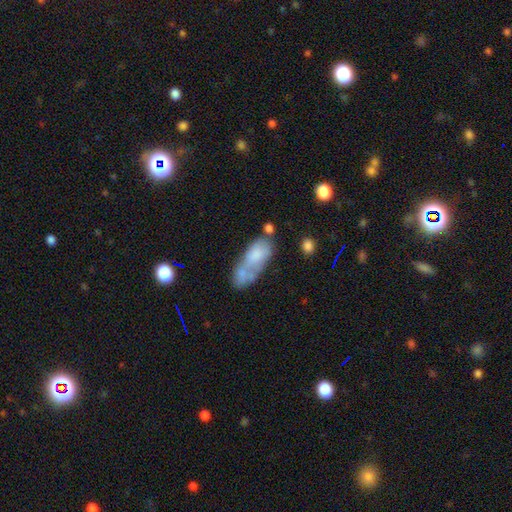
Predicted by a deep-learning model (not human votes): smooth 63%, featured or disk 28%, star or artifact 9%. Down the decision tree: how rounded — in between (80%); merging — merger (48%).